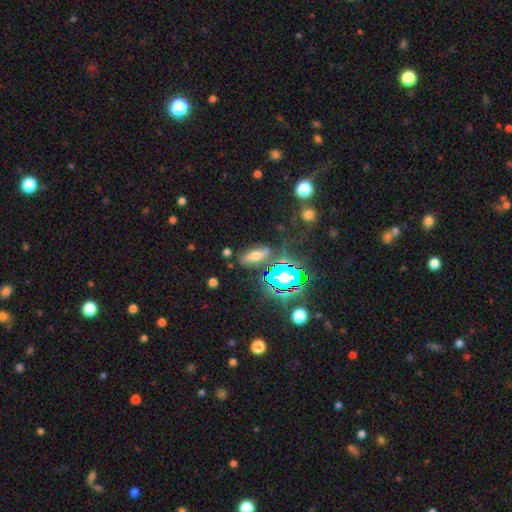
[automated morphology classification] A smooth galaxy with no disk features (49%).

Vote fractions:
- Smooth or featured? smooth: 49% / star or artifact: 28% / featured or disk: 23%
- Merging? none: 69% / minor disturbance: 17% / major disturbance: 7% / merger: 7%